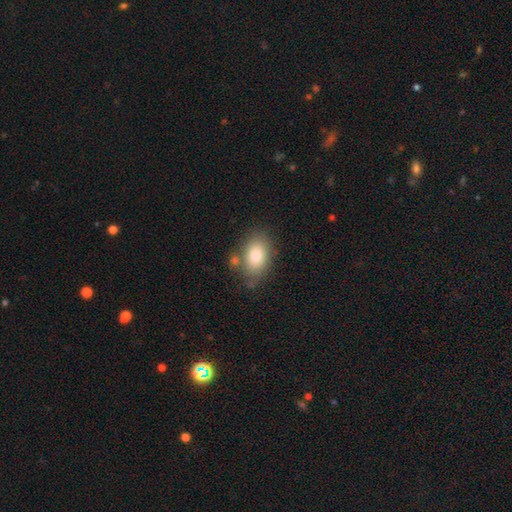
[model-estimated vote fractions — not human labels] Q: Smooth or featured?
A: smooth (83%); runner-up: featured or disk (10%)
Q: How rounded?
A: in between (88%); runner-up: round (11%)
Q: Merging?
A: none (72%); runner-up: minor disturbance (16%)